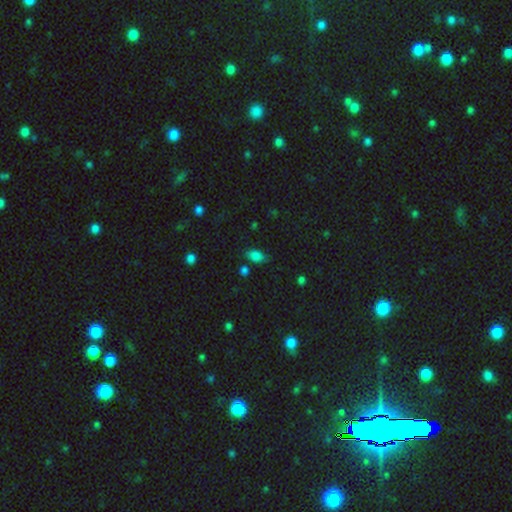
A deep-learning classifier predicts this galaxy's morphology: Smooth or featured?
  - smooth: 79% *
  - star or artifact: 14%
  - featured or disk: 7%
How rounded?
  - in between: 88% *
  - round: 8%
  - cigar-shaped: 3%
Merging?
  - none: 71% *
  - minor disturbance: 20%
  - major disturbance: 5%
  - merger: 4%